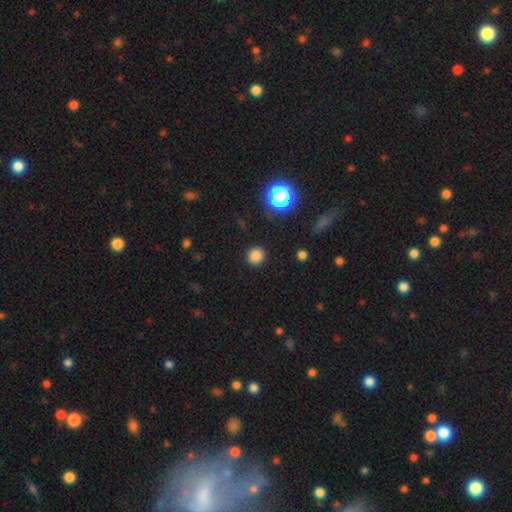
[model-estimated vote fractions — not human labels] Morphology: type=smooth (82%); roundness=round (92%); merging=none (90%).